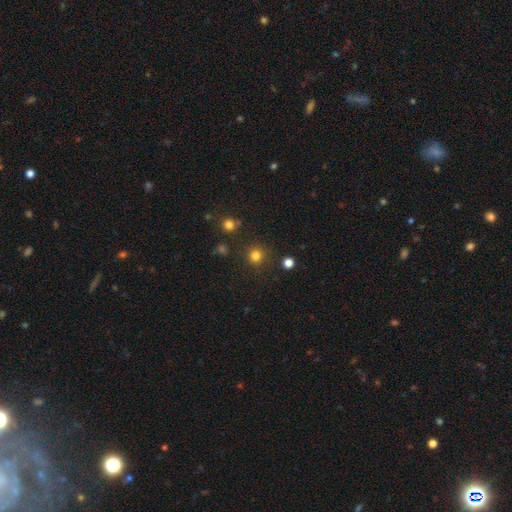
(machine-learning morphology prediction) Overall: smooth (81%). How rounded: round (92%). Merging: none (87%).